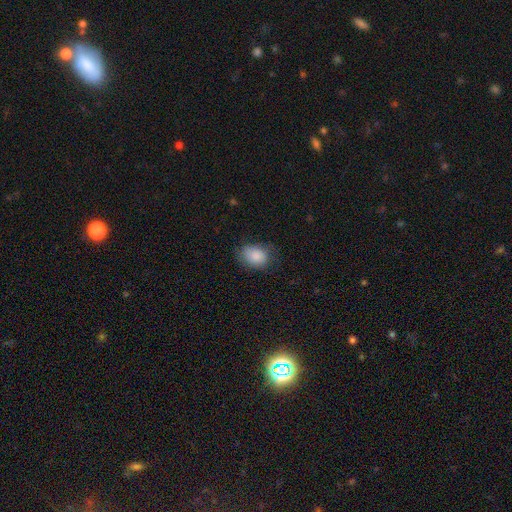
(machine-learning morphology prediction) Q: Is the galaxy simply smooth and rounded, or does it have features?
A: smooth — 86%.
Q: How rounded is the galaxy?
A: in between — 71%.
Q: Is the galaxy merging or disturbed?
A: none — 68%.